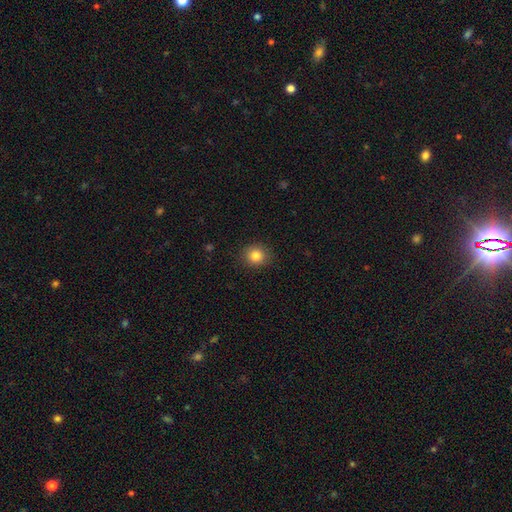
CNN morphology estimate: Overall: smooth (83%). How rounded: round (84%). Merging: none (88%).